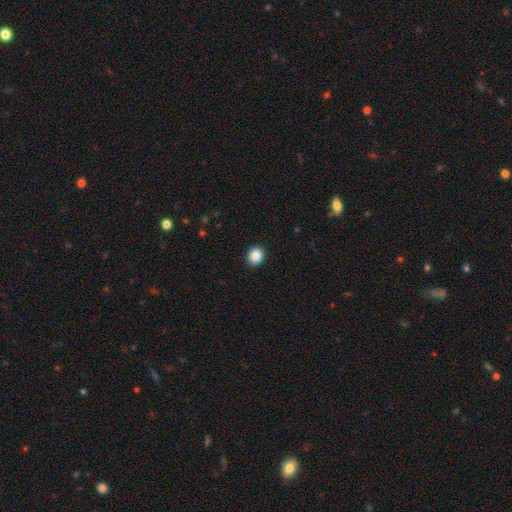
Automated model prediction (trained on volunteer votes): This is clearly a smooth galaxy (86%). How rounded: likely round (79%). Merging: clearly none (92%).